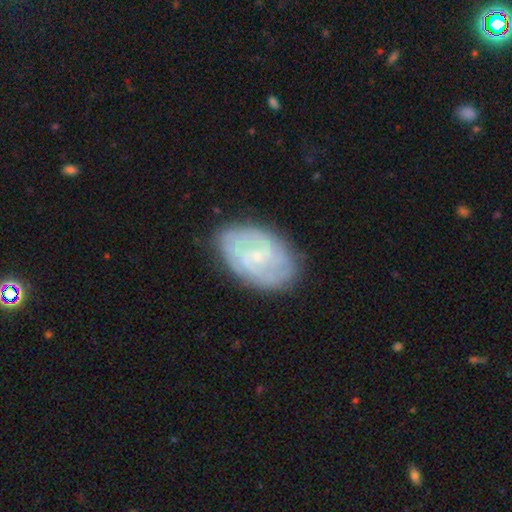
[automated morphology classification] Overall: featured or disk (70%). Edge-on disk: no (96%). Bar: no (51%; weak 42%). Spiral arms: yes (87%). Spiral arm count: can't tell (40%; 2 35%). Spiral winding: tight (58%; medium 32%). Bulge size: small (73%). Merging: none (78%).